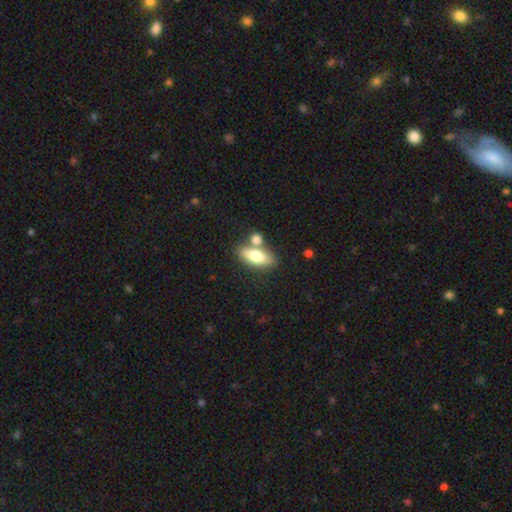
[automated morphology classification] A smooth galaxy with no disk features (69%) that is in between round and cigar-shaped (75%).

Vote fractions:
- Smooth or featured? smooth: 69% / featured or disk: 24% / star or artifact: 7%
- How rounded? in between: 75% / cigar-shaped: 20% / round: 5%
- Merging? none: 58% / merger: 27% / minor disturbance: 11% / major disturbance: 4%